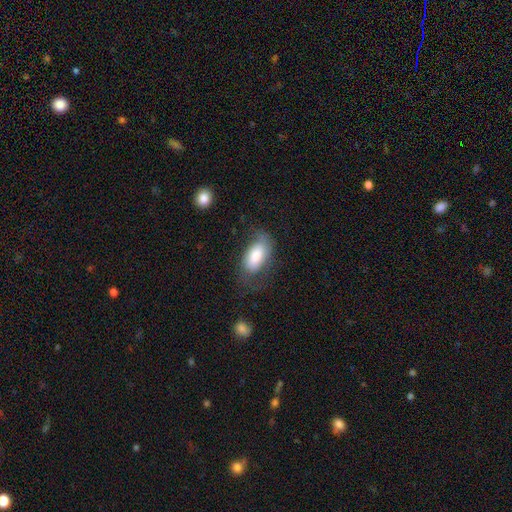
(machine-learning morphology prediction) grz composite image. It shows a smooth galaxy with no disk features (67%) that is in between round and cigar-shaped (93%). Merging: none (51%).